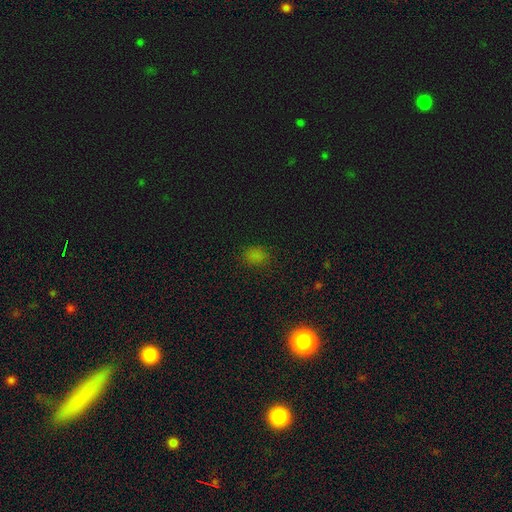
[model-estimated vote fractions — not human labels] smooth 75%, star or artifact 21%, featured or disk 4%. Down the decision tree: how rounded — in between (56%); merging — none (81%).